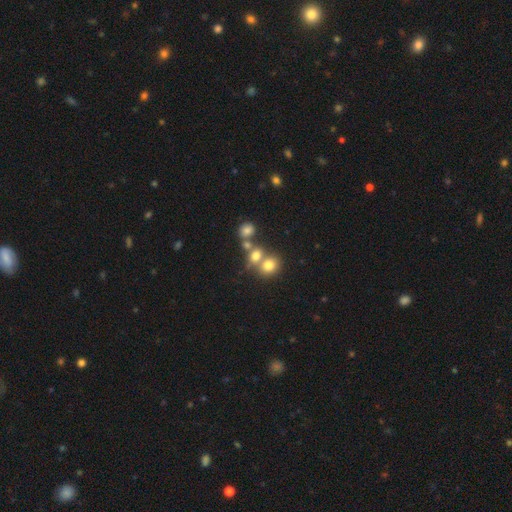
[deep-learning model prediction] The model was most divided on "merging": merger: 49%, none: 38%, minor disturbance: 8%, major disturbance: 5%. More confident: smooth or featured — smooth (72%); how rounded — round (66%).